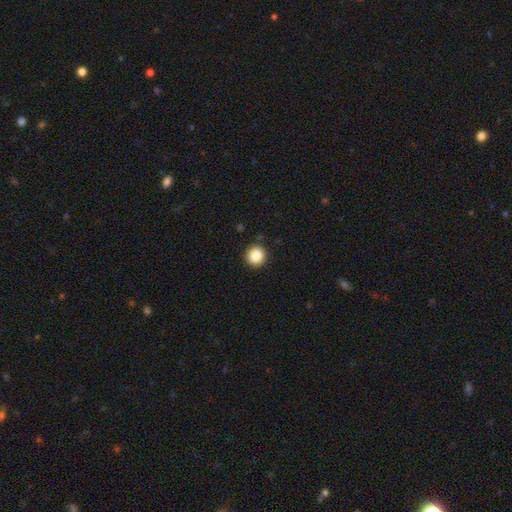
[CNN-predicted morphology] This appears to be a smooth galaxy with no disk features (87%) that is round (94%). Merging: none (91%).